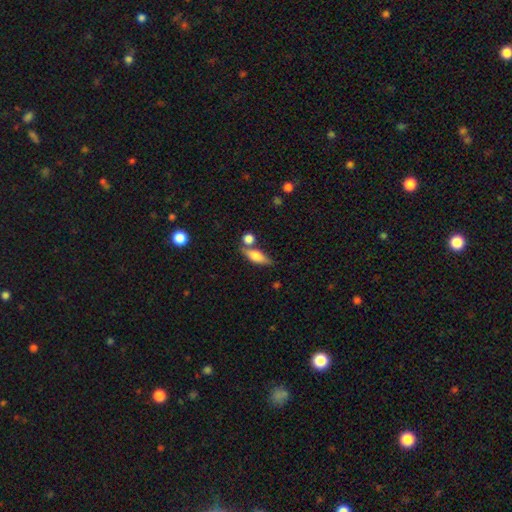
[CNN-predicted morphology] Q: Smooth or featured?
A: smooth (64%); runner-up: featured or disk (28%)
Q: How rounded?
A: in between (60%); runner-up: cigar-shaped (35%)
Q: Merging?
A: none (61%); runner-up: merger (20%)